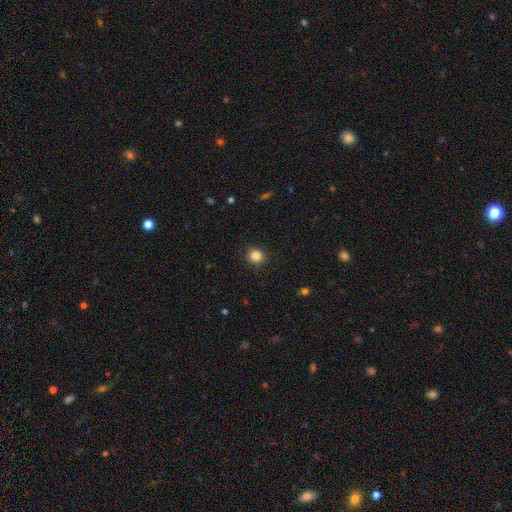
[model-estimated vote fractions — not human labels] Q: Smooth or featured?
A: smooth (84%); runner-up: star or artifact (11%)
Q: How rounded?
A: round (88%); runner-up: in between (11%)
Q: Merging?
A: none (91%); runner-up: minor disturbance (6%)